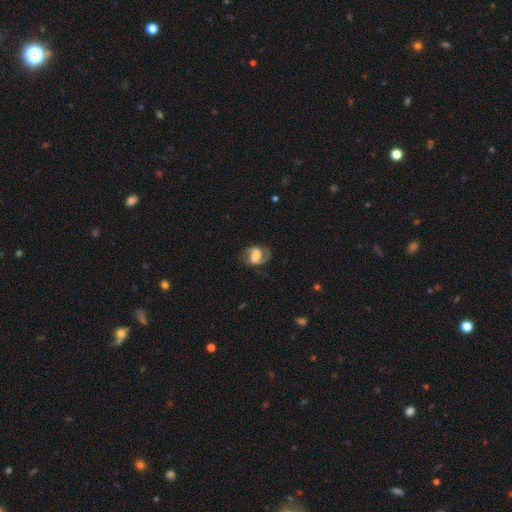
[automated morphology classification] This is likely a featured or disk galaxy (77%). It is clearly not viewed edge-on (98%). Bar: possibly weak (47%). Spiral arm pattern: clearly yes (94%). Spiral arm count: clearly 2 (88%). Spiral winding: possibly medium (52%). Central bulge: marginally moderate (34%). Merging: likely none (73%).